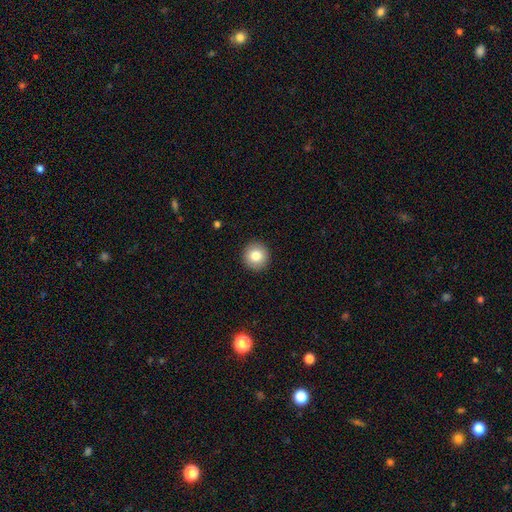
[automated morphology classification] type=smooth (82%); roundness=round (95%); merging=none (93%).